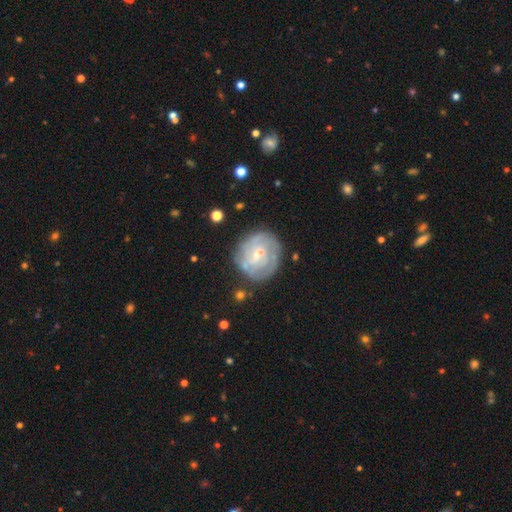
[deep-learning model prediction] Overall: featured or disk (66%; smooth 27%). Edge-on disk: no (97%). Bar: weak (50%; no 38%). Spiral arms: yes (74%). Bulge size: small (63%; moderate 29%). Merging: none (71%).